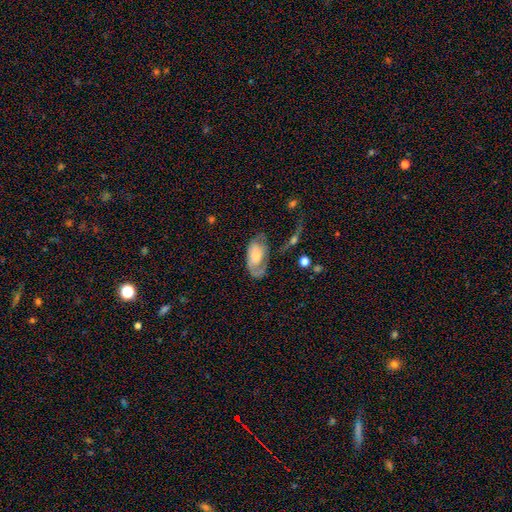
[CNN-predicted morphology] This is possibly a featured or disk galaxy (51%). It is clearly not viewed edge-on (92%). Merging: marginally none (40%).